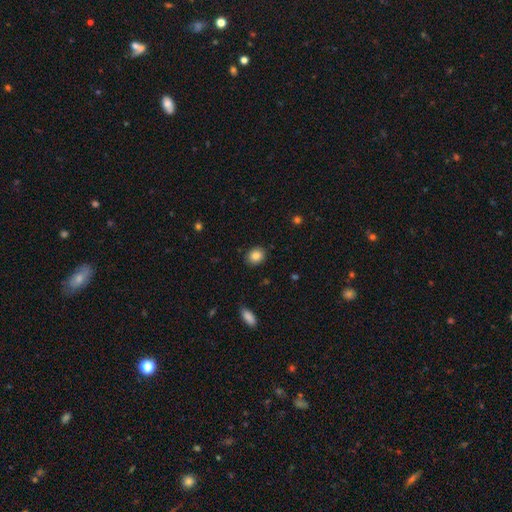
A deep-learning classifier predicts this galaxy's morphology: type=smooth (85%); roundness=round (64%); merging=none (88%).